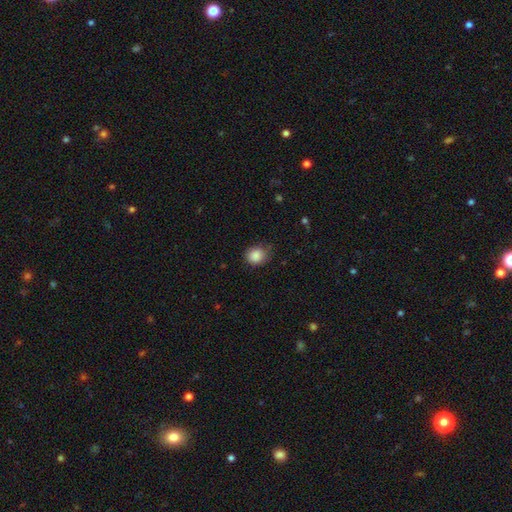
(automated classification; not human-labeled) Smooth or featured? Predicted: smooth (p=0.87). How rounded? Predicted: round (p=0.73). Merging? Predicted: none (p=0.69).